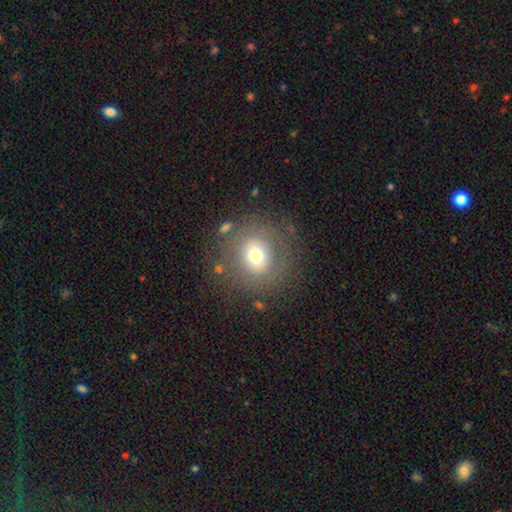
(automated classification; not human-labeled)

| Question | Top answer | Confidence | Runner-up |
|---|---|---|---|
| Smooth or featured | smooth | 64% | featured or disk (22%) |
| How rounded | round | 90% | in between (10%) |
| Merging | none | 78% | minor disturbance (12%) |